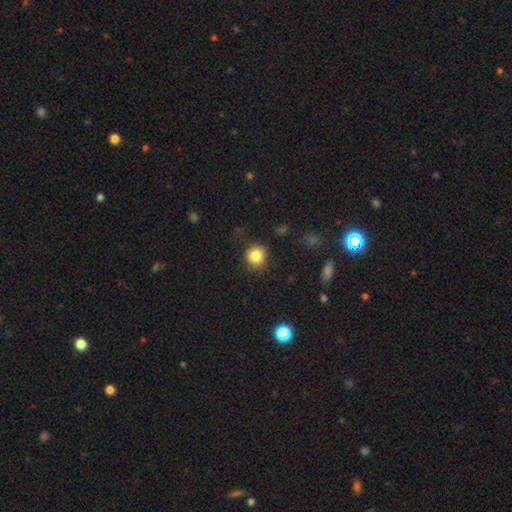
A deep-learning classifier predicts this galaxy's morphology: smooth-or-featured: smooth: 84% | star or artifact: 11% | featured or disk: 5%
  how-rounded: round: 89% | in between: 10% | cigar-shaped: 1%
  merging: none: 85% | minor disturbance: 11% | major disturbance: 3% | merger: 1%